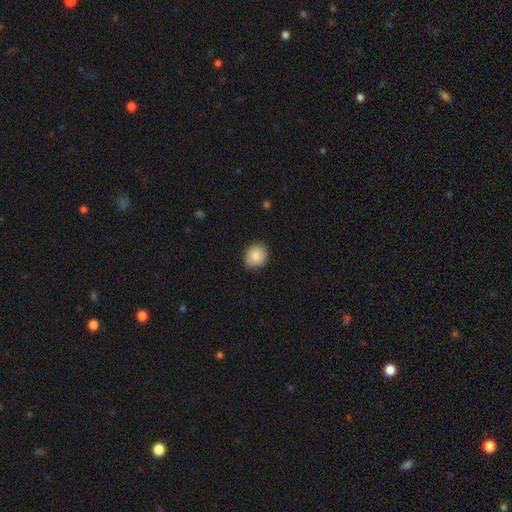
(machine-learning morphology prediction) Smooth or featured? smooth (87%)
How rounded? round (74%)
Merging? none (88%)